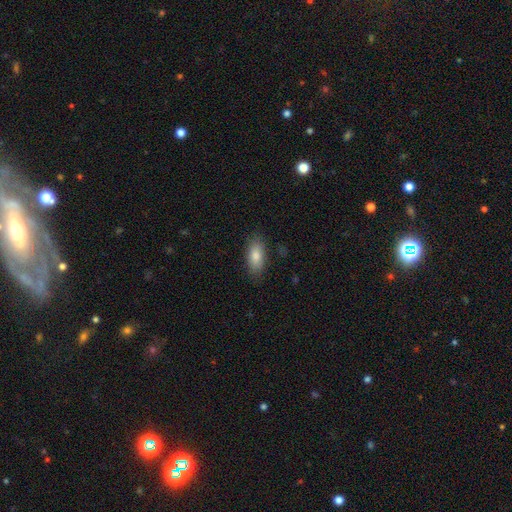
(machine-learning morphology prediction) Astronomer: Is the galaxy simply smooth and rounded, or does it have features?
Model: smooth — 82%.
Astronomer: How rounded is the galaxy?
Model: in between — 83%.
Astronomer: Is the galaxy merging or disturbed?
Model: none — 85%.